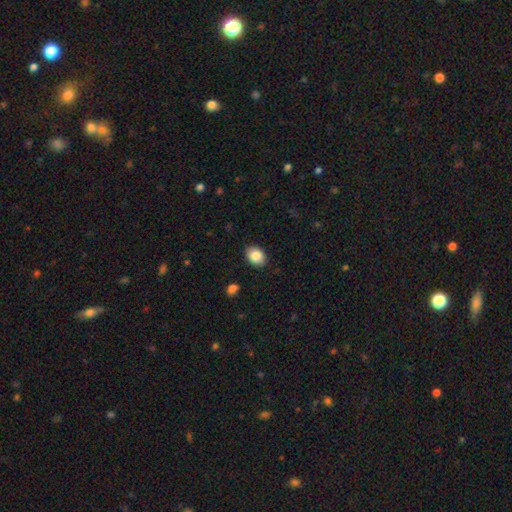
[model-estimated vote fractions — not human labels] Smooth or featured?
  - smooth: 86% *
  - star or artifact: 8%
  - featured or disk: 6%
How rounded?
  - in between: 70% *
  - round: 29%
  - cigar-shaped: 1%
Merging?
  - none: 89% *
  - minor disturbance: 8%
  - major disturbance: 2%
  - merger: 1%